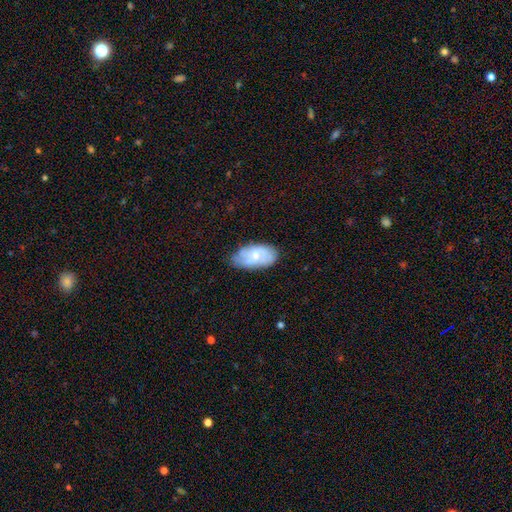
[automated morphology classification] This is possibly a smooth galaxy (49%). Merging: likely none (67%).